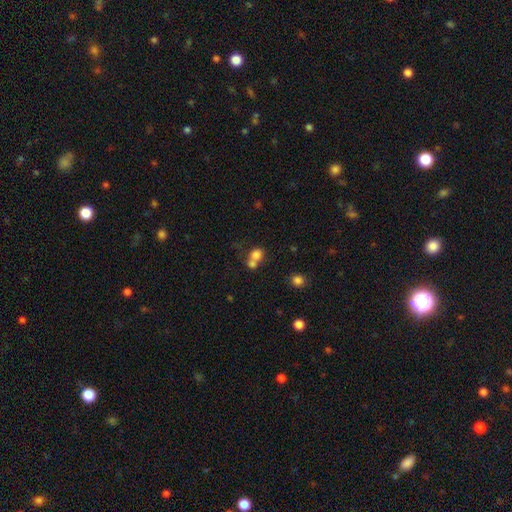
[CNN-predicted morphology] A smooth galaxy with no disk features (75%) that is round (68%). Merging: merger (58%).